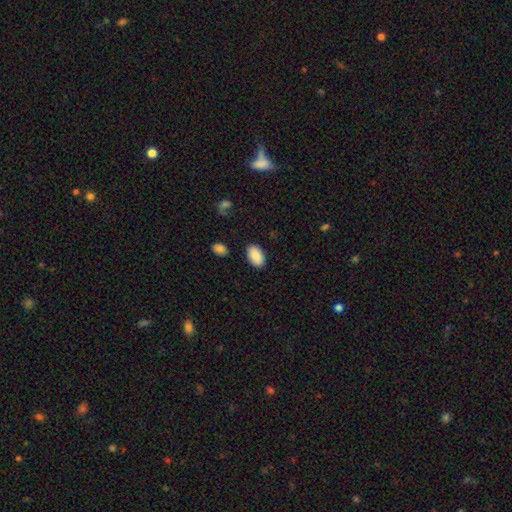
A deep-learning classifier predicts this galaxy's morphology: The model was most divided on "merging": none: 86%, minor disturbance: 10%, major disturbance: 2%, merger: 2%. More confident: how rounded — in between (94%); smooth or featured — smooth (88%).